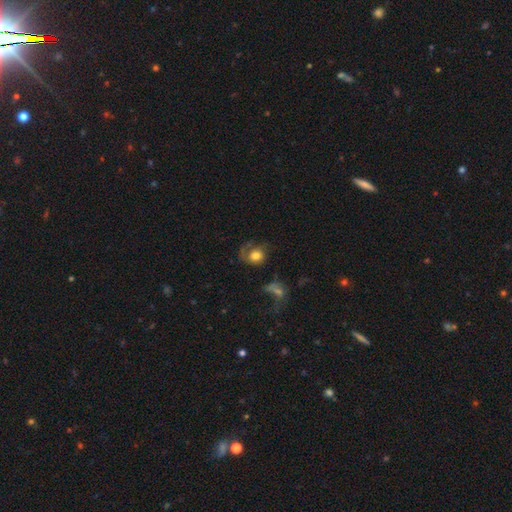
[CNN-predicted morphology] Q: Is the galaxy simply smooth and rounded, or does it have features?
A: smooth — 53%.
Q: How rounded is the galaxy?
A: round — 63%.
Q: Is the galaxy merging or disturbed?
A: none — 37%, tied with major disturbance.